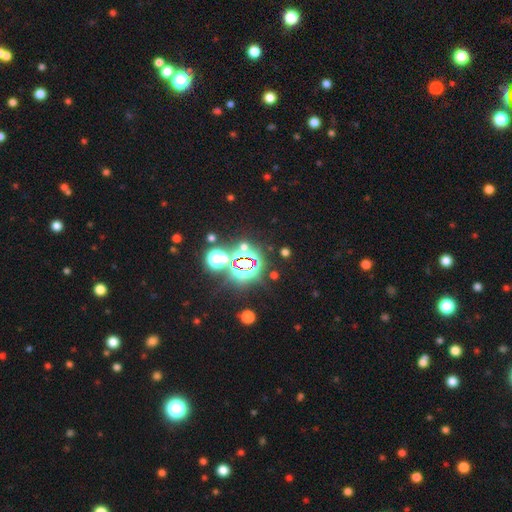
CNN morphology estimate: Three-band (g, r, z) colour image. It shows a star or artifact, not a galaxy (80%).